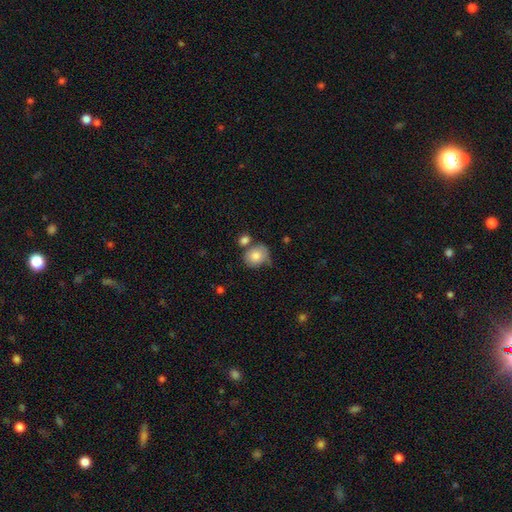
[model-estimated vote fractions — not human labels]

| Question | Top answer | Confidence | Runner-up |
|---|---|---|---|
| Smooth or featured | smooth | 80% | featured or disk (12%) |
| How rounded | round | 67% | in between (32%) |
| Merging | none | 47% | minor disturbance (23%) |